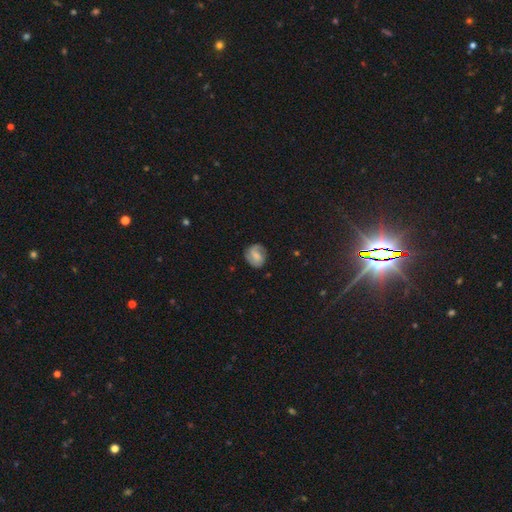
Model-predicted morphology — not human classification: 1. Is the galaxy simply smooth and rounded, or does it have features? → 46% featured or disk (tied), 46% smooth (tied), 8% star or artifact.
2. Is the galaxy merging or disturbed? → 75% none, 18% minor disturbance, 5% major disturbance, 1% merger.